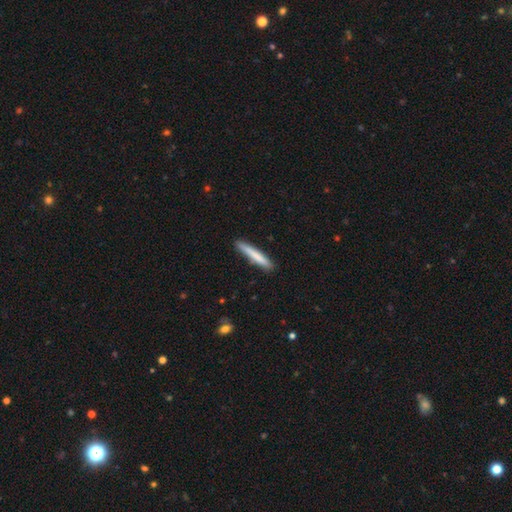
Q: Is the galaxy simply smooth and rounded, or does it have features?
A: smooth — 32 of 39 (82%).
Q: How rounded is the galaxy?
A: cigar-shaped — 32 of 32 (100%).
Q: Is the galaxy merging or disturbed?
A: none — 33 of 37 (89%).